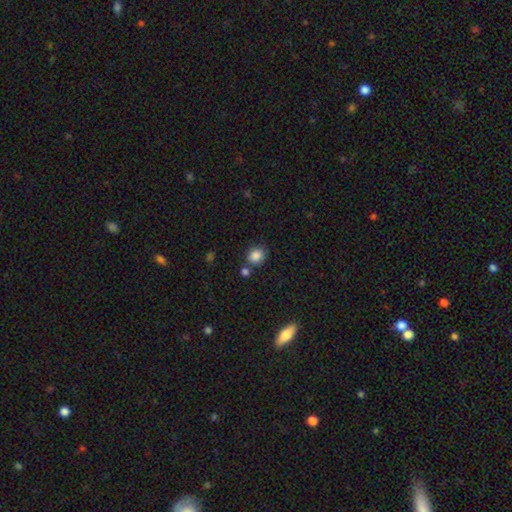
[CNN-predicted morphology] A smooth galaxy with no disk features (86%) that is round (70%). Merging: none (70%).